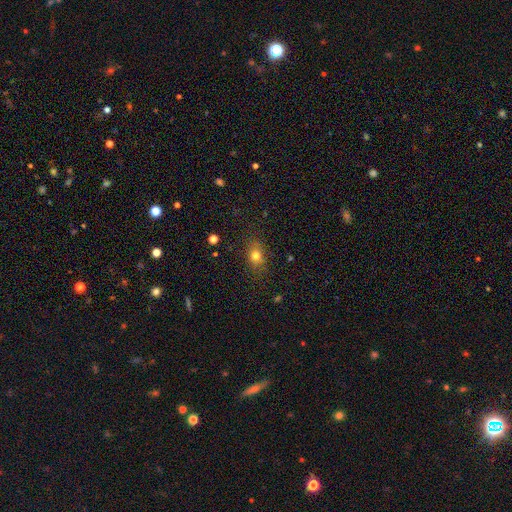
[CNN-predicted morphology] Overall: smooth (76%). How rounded: in between (60%; round 37%). Merging: none (79%).